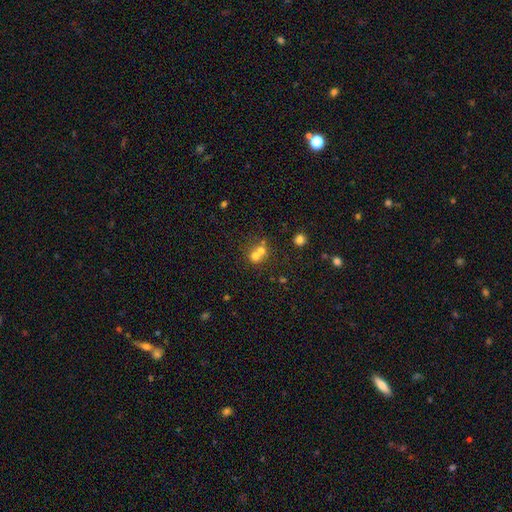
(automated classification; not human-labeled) This appears to be a smooth galaxy with no disk features (66%) that is round (80%). Merging: merger (60%).